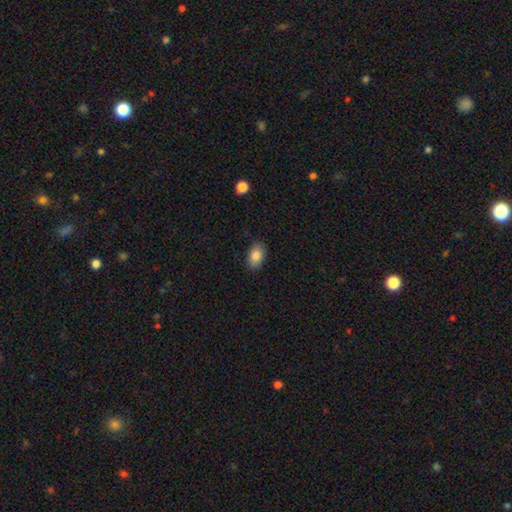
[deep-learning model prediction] The model was most divided on "merging": none: 87%, minor disturbance: 10%, major disturbance: 2%, merger: 1%. More confident: how rounded — in between (90%); smooth or featured — smooth (86%).